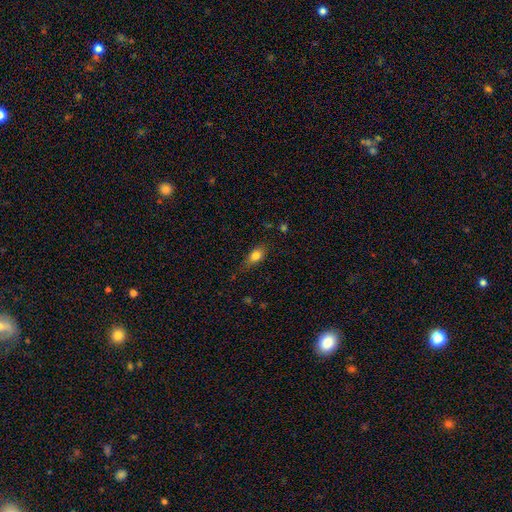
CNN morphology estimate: Q: Smooth or featured?
A: smooth (80%); runner-up: featured or disk (11%)
Q: How rounded?
A: in between (79%); runner-up: round (13%)
Q: Merging?
A: none (69%); runner-up: minor disturbance (23%)